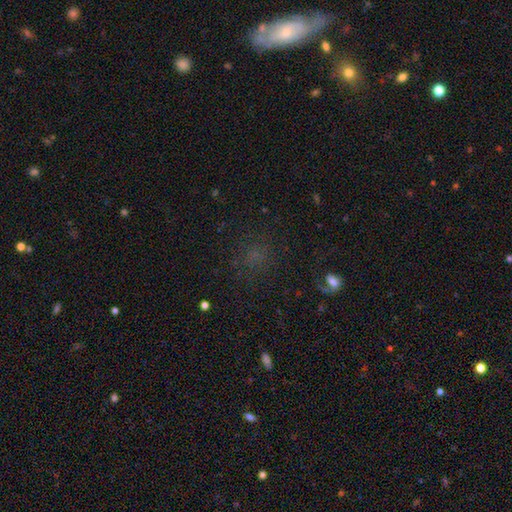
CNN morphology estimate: Smooth or featured? Predicted: smooth (p=0.51). How rounded? Predicted: round (p=0.81). Merging? Predicted: none (p=0.75).